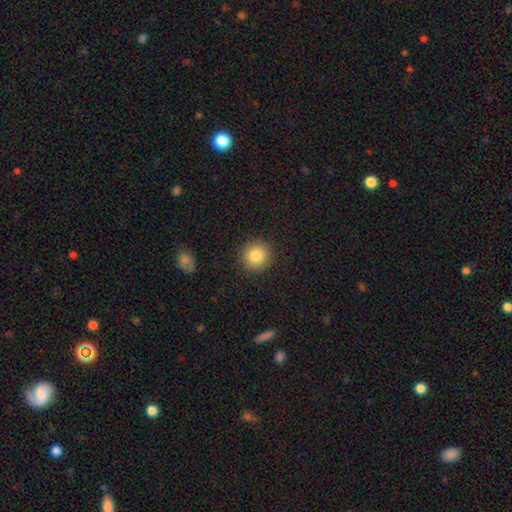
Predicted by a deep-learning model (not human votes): Smooth or featured: smooth — 84% (star or artifact — 9%)
How rounded: round — 93% (in between — 6%)
Merging: none — 91% (minor disturbance — 6%)